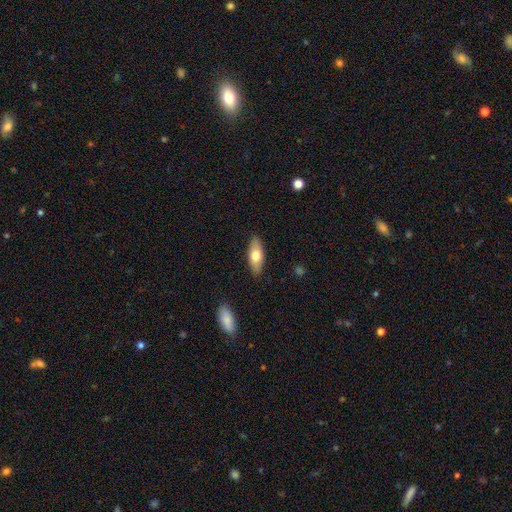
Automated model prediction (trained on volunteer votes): Overall: smooth (69%). How rounded: in between (78%). Merging: none (87%).